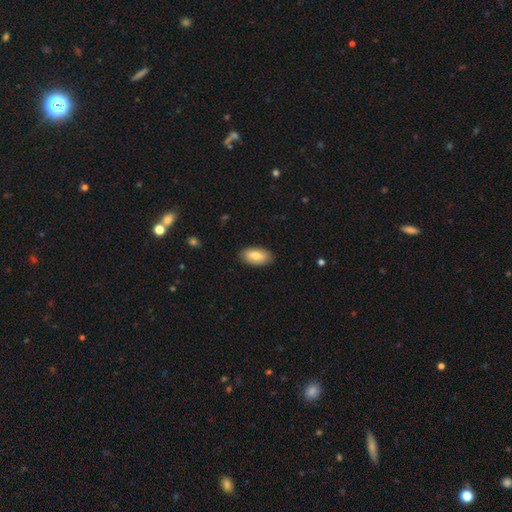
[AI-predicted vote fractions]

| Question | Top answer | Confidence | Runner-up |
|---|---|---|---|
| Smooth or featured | smooth | 78% | featured or disk (16%) |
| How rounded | in between | 92% | cigar-shaped (5%) |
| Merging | none | 85% | minor disturbance (12%) |